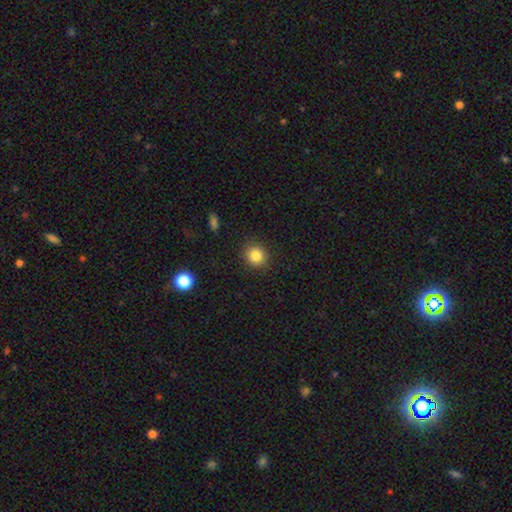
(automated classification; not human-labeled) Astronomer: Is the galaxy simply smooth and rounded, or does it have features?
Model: smooth — 84%.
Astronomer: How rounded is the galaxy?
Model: round — 89%.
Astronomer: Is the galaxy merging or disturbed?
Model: none — 89%.